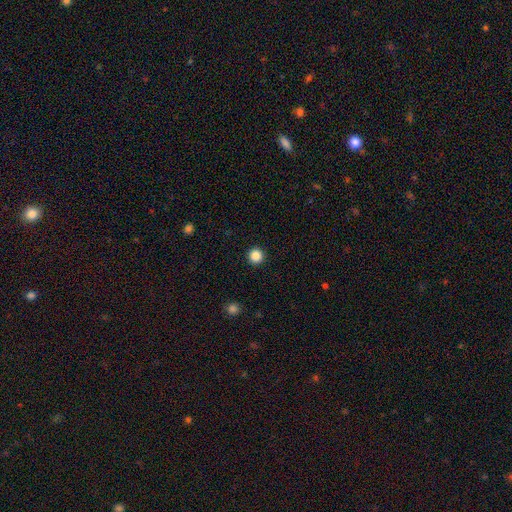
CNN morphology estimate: smooth 86%, star or artifact 11%, featured or disk 3%. Down the decision tree: how rounded — round (96%); merging — none (94%).